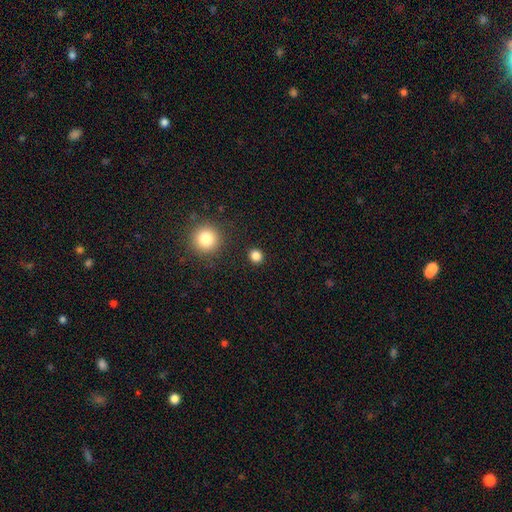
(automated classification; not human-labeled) smooth_or_featured: smooth (p=0.83) [alt: star or artifact p=0.14]
how_rounded: round (p=0.86) [alt: in between p=0.13]
merging: none (p=0.89) [alt: minor disturbance p=0.06]